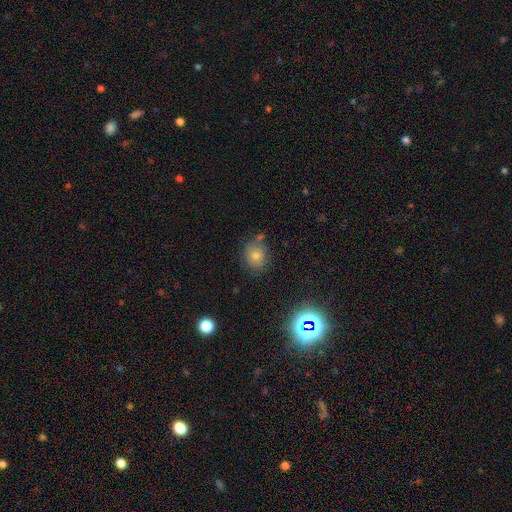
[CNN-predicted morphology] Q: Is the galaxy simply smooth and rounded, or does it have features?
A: smooth — 59%.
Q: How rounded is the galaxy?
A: round — 65%.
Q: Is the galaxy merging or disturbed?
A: none — 75%.